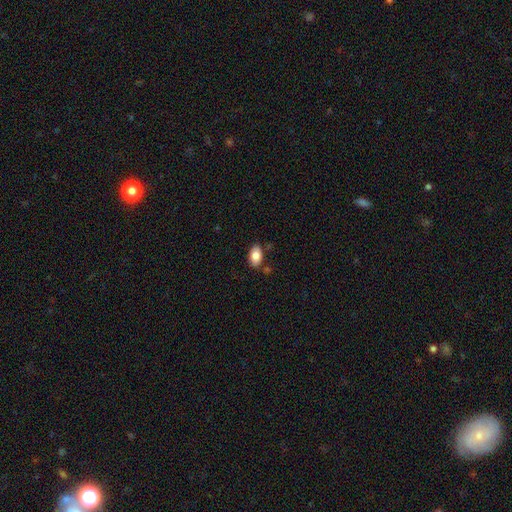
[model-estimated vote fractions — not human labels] Morphology: type=smooth (83%); roundness=in between (91%); merging=none (81%).